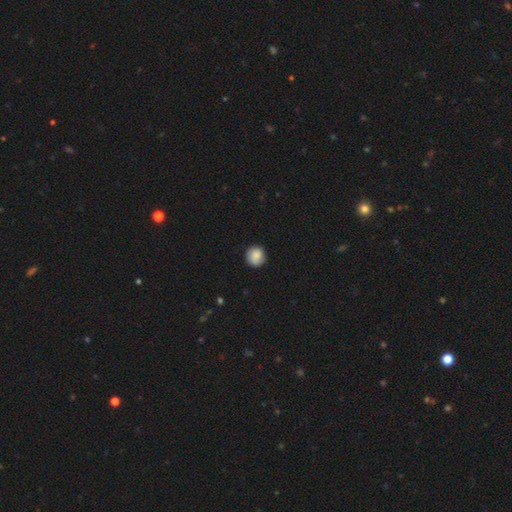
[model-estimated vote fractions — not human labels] Smooth or featured? smooth (84%)
How rounded? round (91%)
Merging? none (84%)